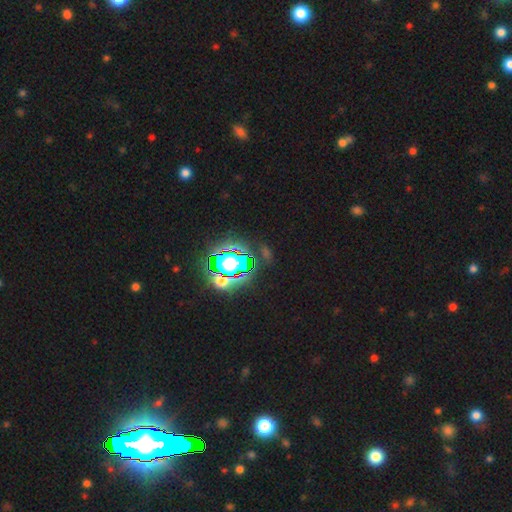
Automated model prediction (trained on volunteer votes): Morphology: type=star or artifact (83%).